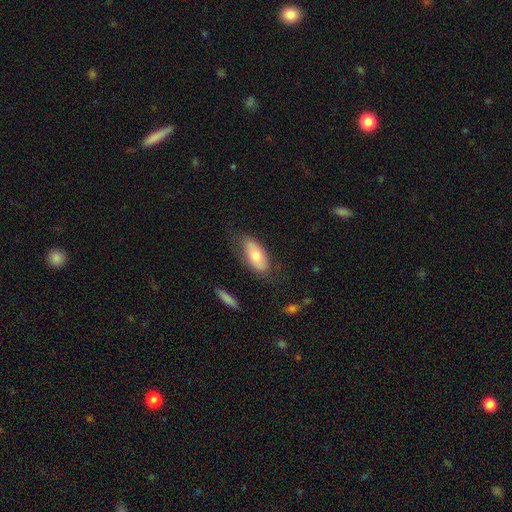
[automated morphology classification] A smooth galaxy with no disk features (67%) that is in between round and cigar-shaped (87%). Merging: none (67%).